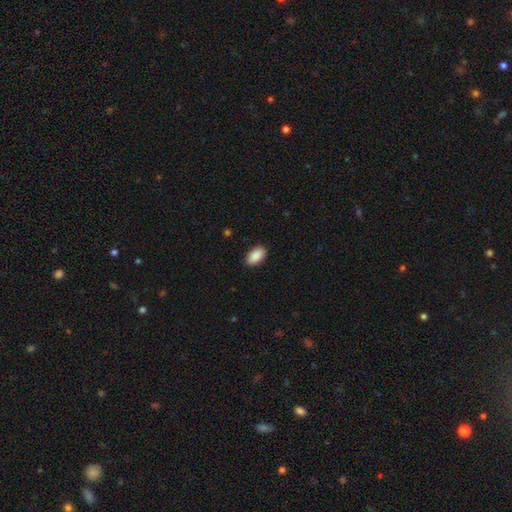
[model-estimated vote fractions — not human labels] smooth-or-featured: smooth: 90% | star or artifact: 6% | featured or disk: 3%
  how-rounded: in between: 94% | round: 4% | cigar-shaped: 2%
  merging: none: 89% | minor disturbance: 9% | major disturbance: 2% | merger: 1%